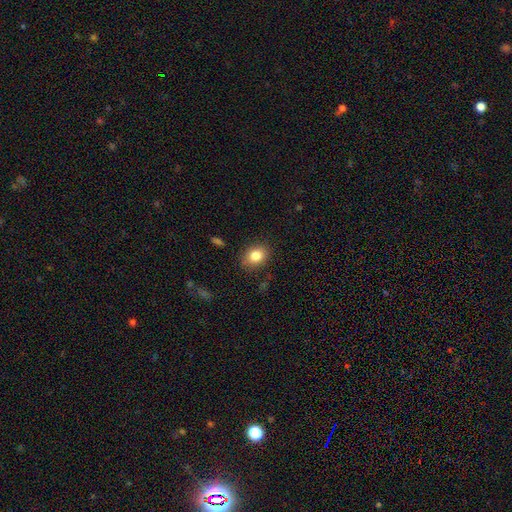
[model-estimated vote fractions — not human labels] Smooth or featured?
  - smooth: 84% *
  - star or artifact: 9%
  - featured or disk: 8%
How rounded?
  - in between: 62% *
  - round: 37%
  - cigar-shaped: 1%
Merging?
  - none: 84% *
  - minor disturbance: 11%
  - major disturbance: 3%
  - merger: 1%